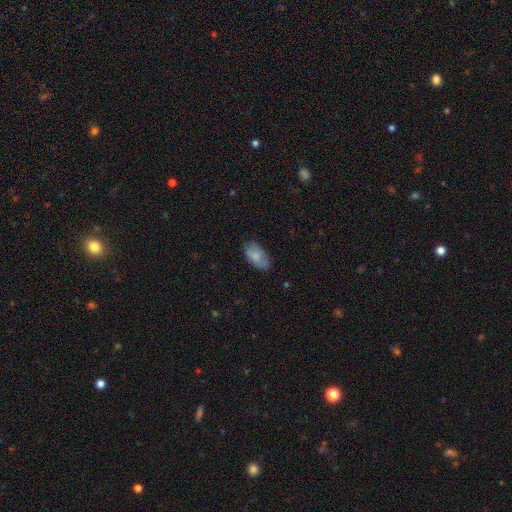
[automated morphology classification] A smooth galaxy with no disk features (80%) that is in between round and cigar-shaped (94%). Merging: none (74%).